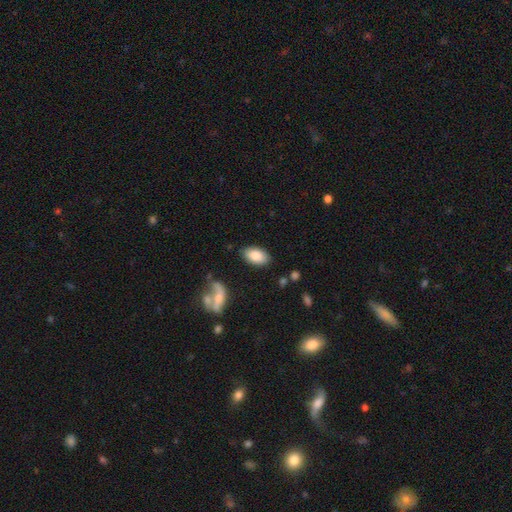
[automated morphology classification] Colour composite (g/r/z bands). It shows a smooth galaxy with no disk features (83%) that is in between round and cigar-shaped (94%). Merging: none (84%).